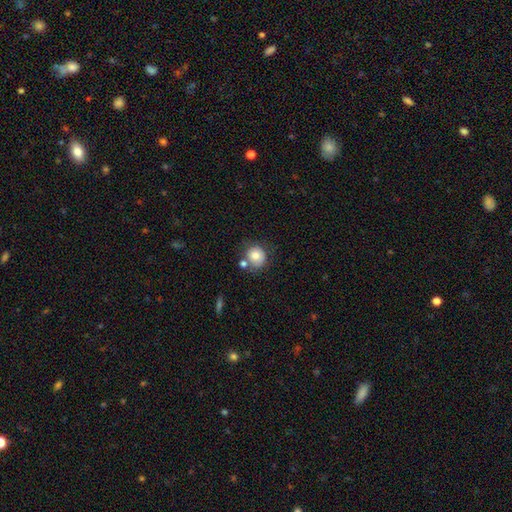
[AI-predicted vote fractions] Smooth or featured: smooth — 80% (featured or disk — 11%)
How rounded: round — 86% (in between — 13%)
Merging: none — 61% (minor disturbance — 17%)